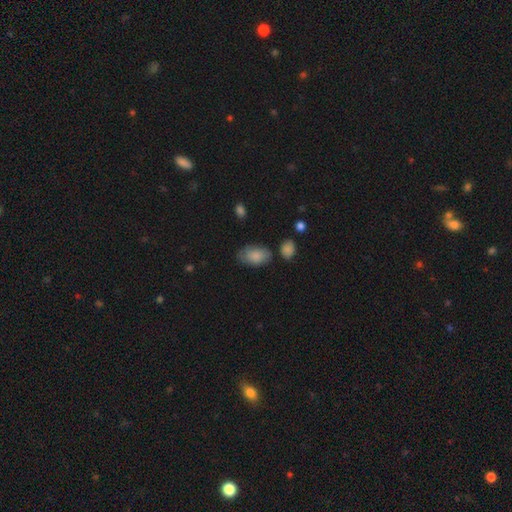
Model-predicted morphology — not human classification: Q: Smooth or featured?
A: smooth (81%); runner-up: featured or disk (12%)
Q: How rounded?
A: in between (92%); runner-up: round (6%)
Q: Merging?
A: none (64%); runner-up: minor disturbance (24%)